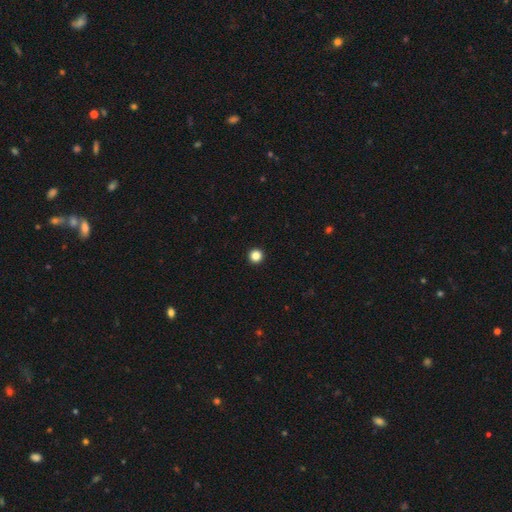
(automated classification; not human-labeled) A smooth galaxy with no disk features (86%) that is round (97%).

Vote fractions:
- Smooth or featured? smooth: 86% / star or artifact: 11% / featured or disk: 3%
- How rounded? round: 97% / in between: 2% / cigar-shaped: 1%
- Merging? none: 95% / minor disturbance: 3% / major disturbance: 1% / merger: 1%